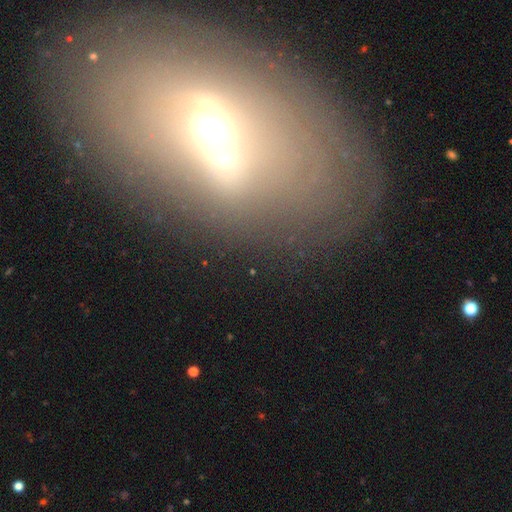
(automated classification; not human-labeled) Smooth or featured? Predicted: featured or disk (p=0.49). Merging? Predicted: none (p=0.64).